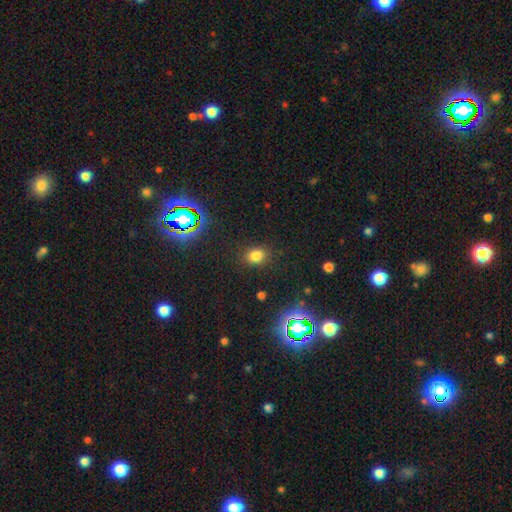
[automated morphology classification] A smooth galaxy with no disk features (76%) that is in between round and cigar-shaped (51%).

Vote fractions:
- Smooth or featured? smooth: 76% / star or artifact: 18% / featured or disk: 6%
- How rounded? in between: 51% / round: 48% / cigar-shaped: 1%
- Merging? none: 84% / minor disturbance: 11% / major disturbance: 4% / merger: 2%